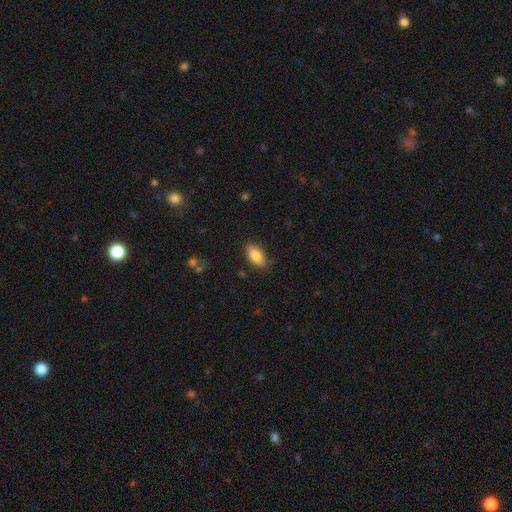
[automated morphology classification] This appears to be a smooth galaxy with no disk features (80%) that is in between round and cigar-shaped (84%). Merging: none (83%).